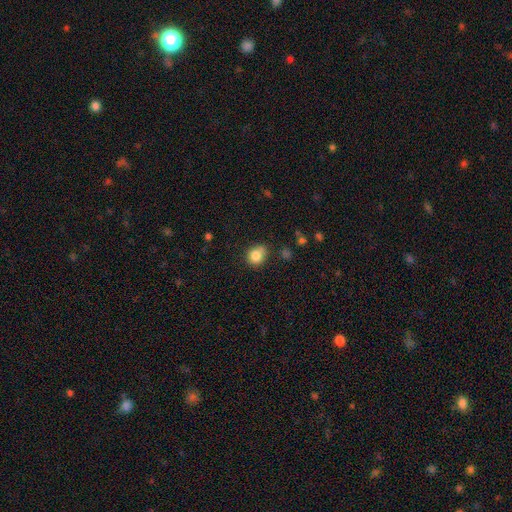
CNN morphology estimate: smooth-or-featured: smooth: 84% | star or artifact: 10% | featured or disk: 6%
  how-rounded: round: 75% | in between: 24% | cigar-shaped: 1%
  merging: none: 64% | minor disturbance: 23% | merger: 7% | major disturbance: 5%